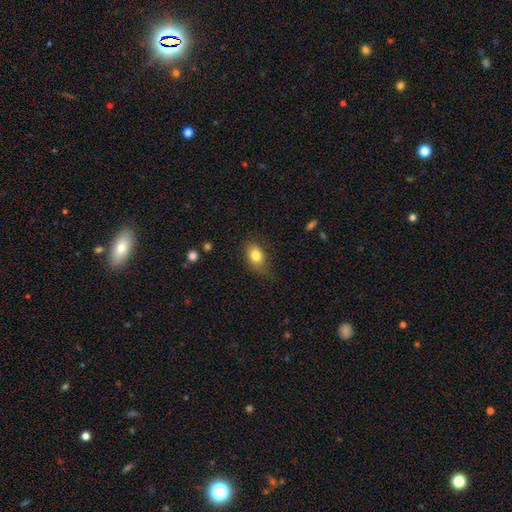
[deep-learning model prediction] This appears to be a smooth galaxy with no disk features (81%) that is in between round and cigar-shaped (78%). Merging: none (72%).